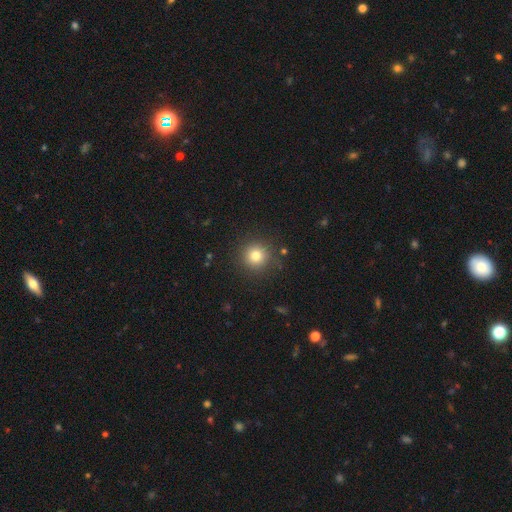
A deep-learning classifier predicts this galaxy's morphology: The model was most divided on "smooth or featured": smooth: 79%, star or artifact: 13%, featured or disk: 7%. More confident: how rounded — round (95%); merging — none (88%).